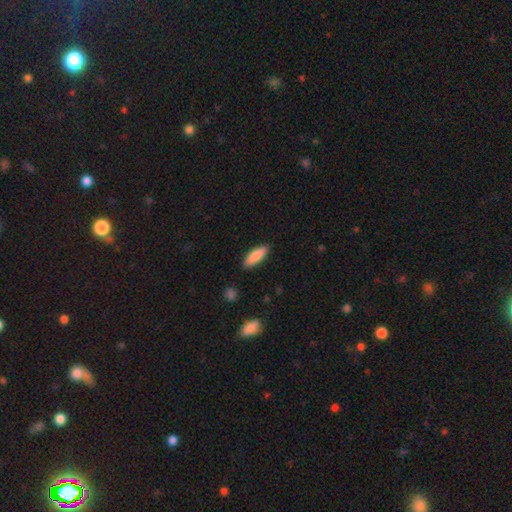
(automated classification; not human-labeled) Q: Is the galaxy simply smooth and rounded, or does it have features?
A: smooth — 87%.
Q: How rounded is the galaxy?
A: in between — 59%.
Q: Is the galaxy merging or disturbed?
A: none — 86%.